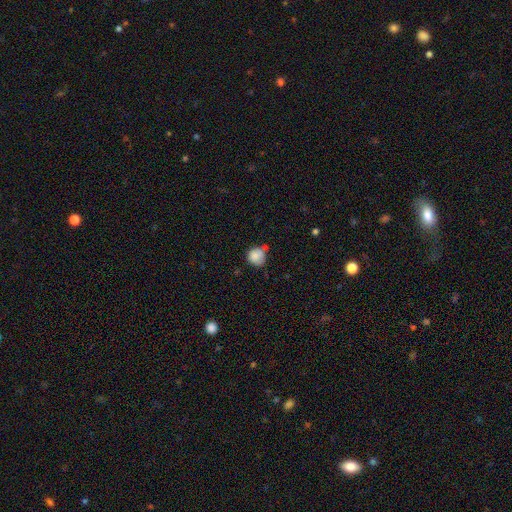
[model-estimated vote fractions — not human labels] Smooth or featured? Predicted: smooth (p=0.84). How rounded? Predicted: round (p=0.86). Merging? Predicted: none (p=0.55).